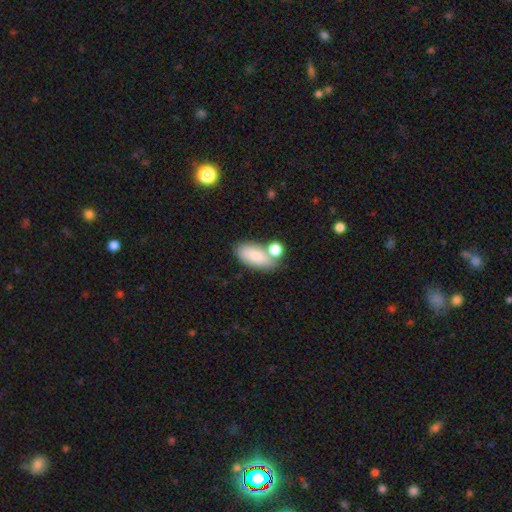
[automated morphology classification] Q: Smooth or featured?
A: smooth (81%); runner-up: featured or disk (12%)
Q: How rounded?
A: in between (90%); runner-up: cigar-shaped (5%)
Q: Merging?
A: none (50%); runner-up: merger (28%)